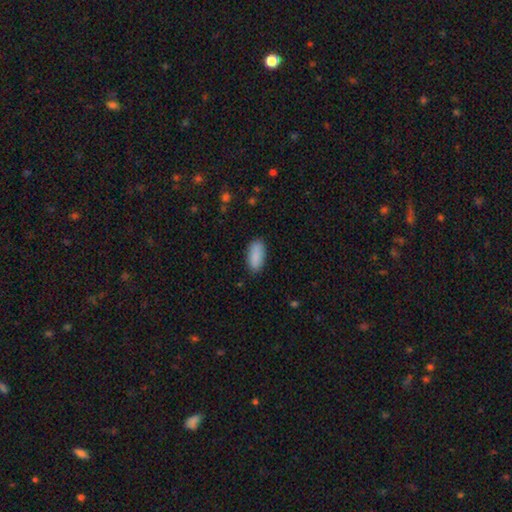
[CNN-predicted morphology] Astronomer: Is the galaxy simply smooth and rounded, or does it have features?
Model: smooth — 89%.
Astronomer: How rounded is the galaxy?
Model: in between — 88%.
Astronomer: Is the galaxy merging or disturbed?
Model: none — 86%.